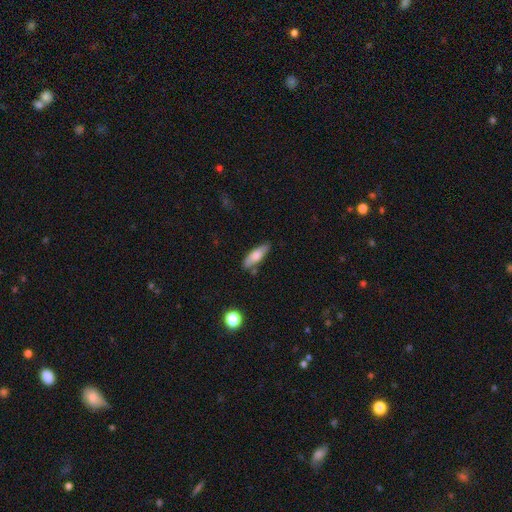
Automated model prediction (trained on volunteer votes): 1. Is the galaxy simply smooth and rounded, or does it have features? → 68% smooth, 25% featured or disk, 7% star or artifact.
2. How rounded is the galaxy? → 60% in between, 38% cigar-shaped, 2% round.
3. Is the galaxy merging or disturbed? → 67% none, 22% minor disturbance, 6% merger, 5% major disturbance.